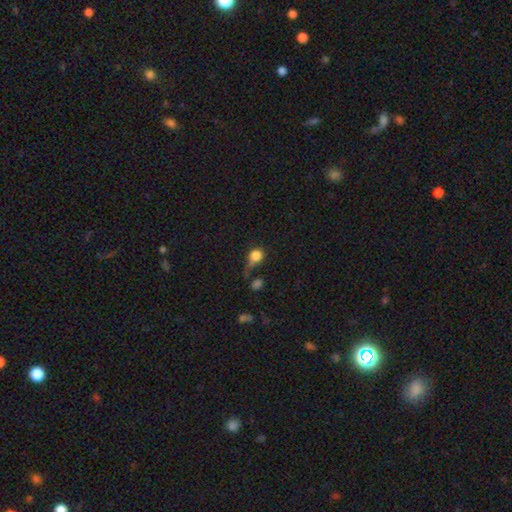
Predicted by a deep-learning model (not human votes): The model was most divided on "merging": none: 34%, major disturbance: 27%, minor disturbance: 21%, merger: 17%. More confident: smooth or featured — smooth (77%); how rounded — round (77%).